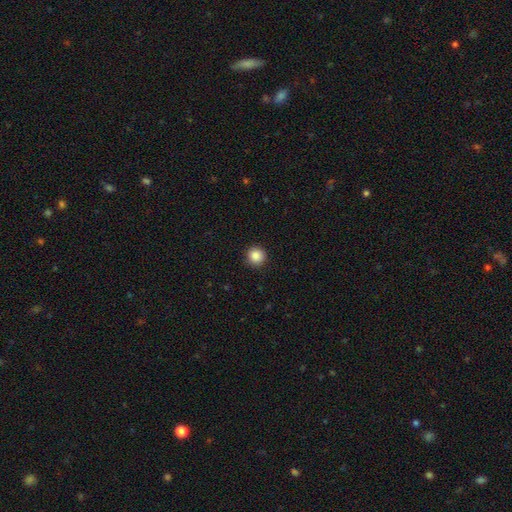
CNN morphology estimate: type=smooth (87%); roundness=round (94%); merging=none (92%).